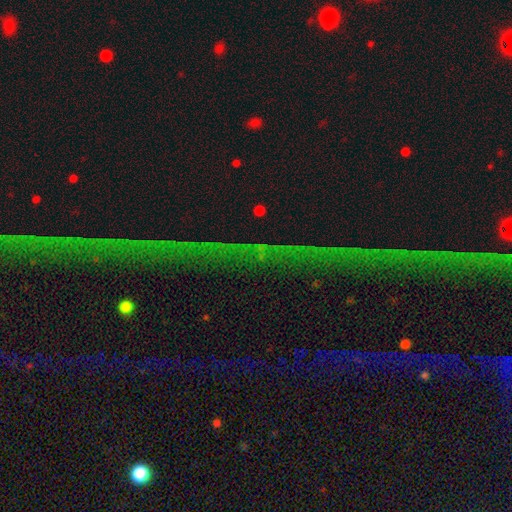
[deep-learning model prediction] Morphology: type=star or artifact (83%).